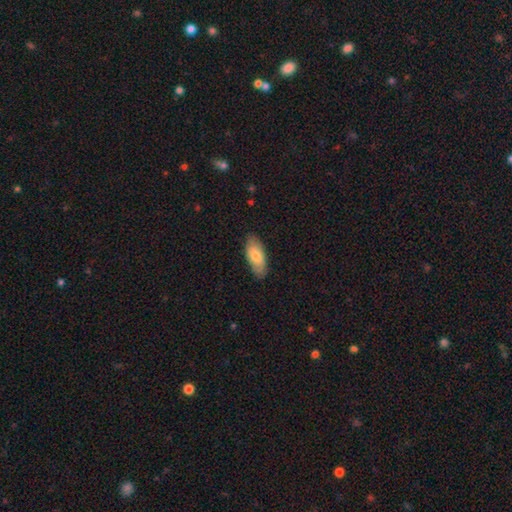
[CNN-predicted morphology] Smooth or featured: smooth — 76% (featured or disk — 19%)
How rounded: in between — 87% (cigar-shaped — 11%)
Merging: none — 83% (minor disturbance — 13%)